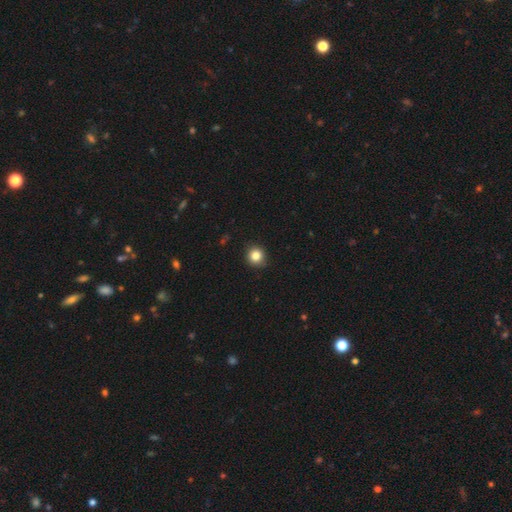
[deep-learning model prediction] Overall: smooth (84%). How rounded: round (91%). Merging: none (88%).